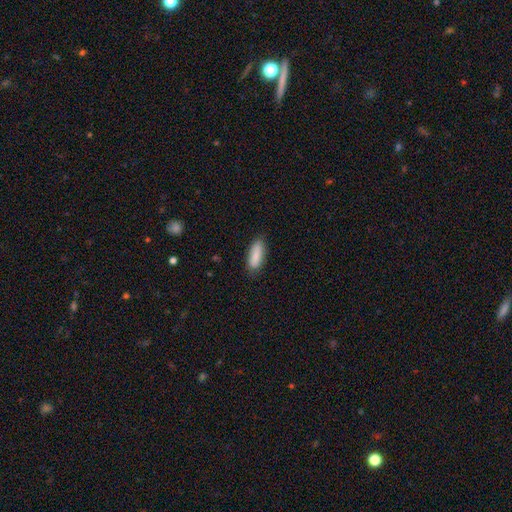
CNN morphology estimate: A smooth galaxy with no disk features (87%) that is in between round and cigar-shaped (66%).

Vote fractions:
- Smooth or featured? smooth: 87% / featured or disk: 7% / star or artifact: 6%
- How rounded? in between: 66% / cigar-shaped: 32% / round: 2%
- Merging? none: 81% / minor disturbance: 15% / major disturbance: 3% / merger: 1%